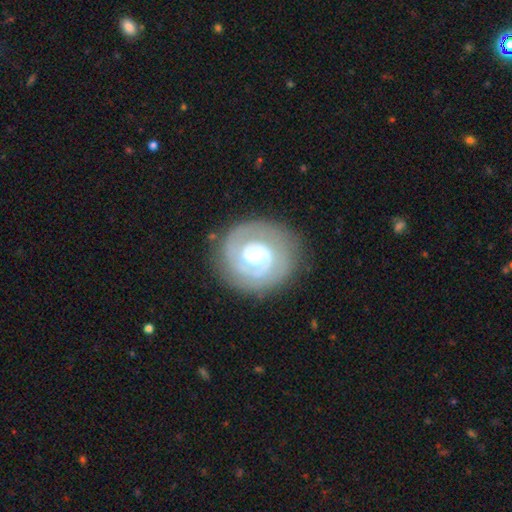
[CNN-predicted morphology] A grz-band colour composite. It shows a featured or disk galaxy (83%) with a weak bar (50%), 2 (55%) tight (63%) spiral arms (93%) and a moderate central bulge (41%). Merging: none (80%).